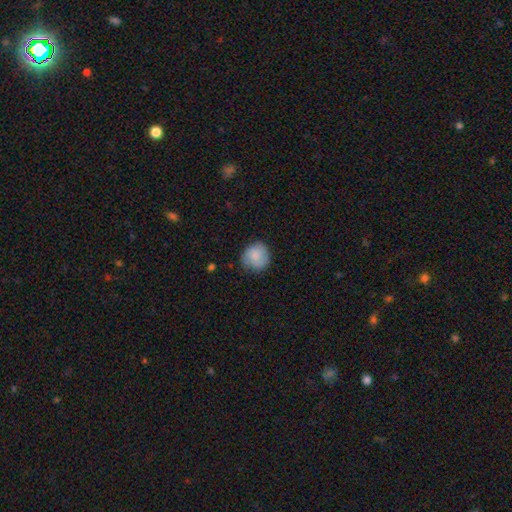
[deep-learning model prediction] Morphology: type=smooth (83%); roundness=round (88%); merging=none (76%).